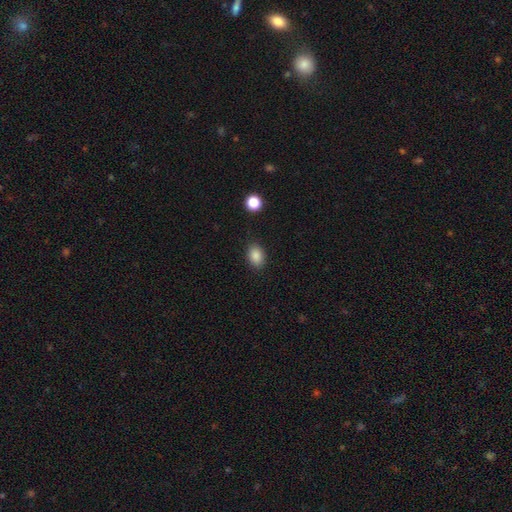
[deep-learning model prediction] Q: Smooth or featured?
A: smooth (87%); runner-up: star or artifact (9%)
Q: How rounded?
A: in between (76%); runner-up: round (23%)
Q: Merging?
A: none (86%); runner-up: minor disturbance (9%)